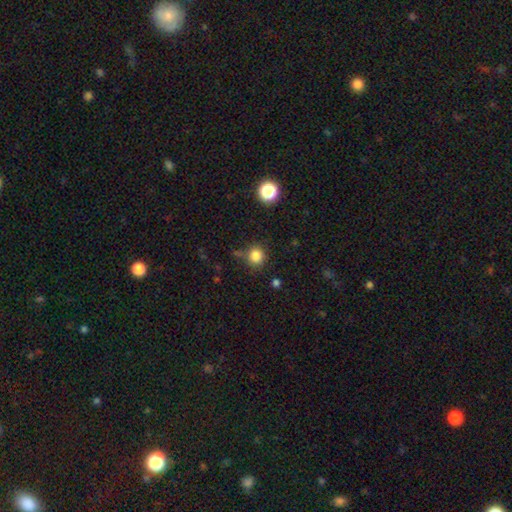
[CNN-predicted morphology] Smooth or featured: smooth — 83% (star or artifact — 13%)
How rounded: round — 90% (in between — 9%)
Merging: none — 79% (minor disturbance — 12%)